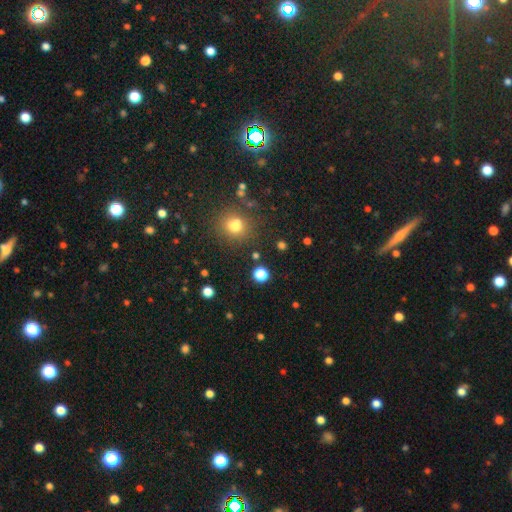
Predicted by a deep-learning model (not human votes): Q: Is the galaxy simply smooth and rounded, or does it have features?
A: smooth — 61%.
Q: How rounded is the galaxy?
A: round — 88%.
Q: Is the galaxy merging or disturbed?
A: none — 87%.